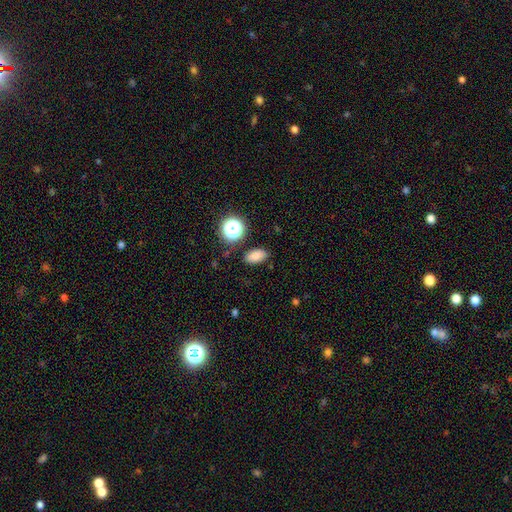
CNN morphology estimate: The model was most divided on "smooth or featured": smooth: 82%, star or artifact: 13%, featured or disk: 6%. More confident: how rounded — in between (87%); merging — none (85%).